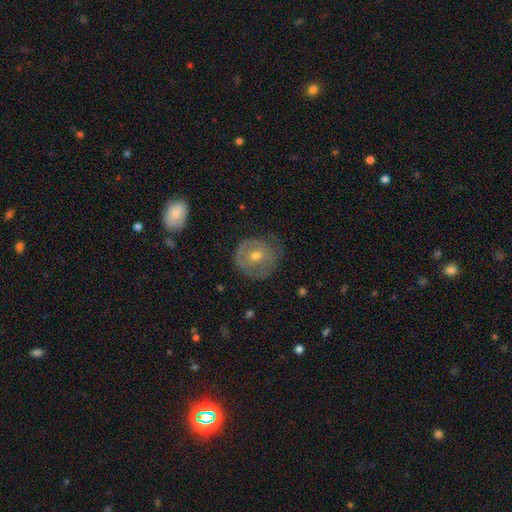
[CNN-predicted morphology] The model was most divided on "smooth or featured": featured or disk: 52%, smooth: 39%, star or artifact: 8%. More confident: edge-on disk — no (95%); merging — none (65%).